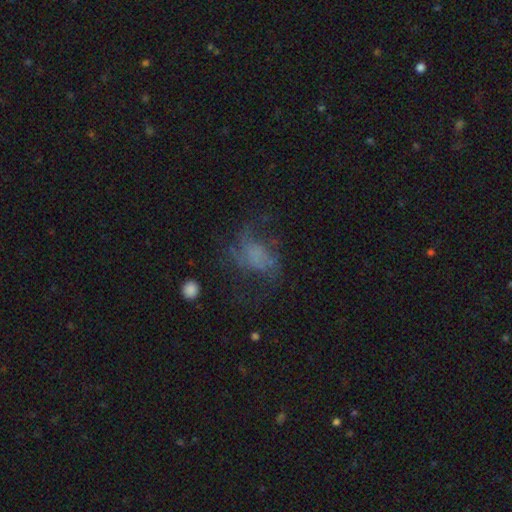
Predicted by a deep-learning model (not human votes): Overall: featured or disk (51%; smooth 31%). Edge-on disk: no (97%). Merging: none (42%; major disturbance 37%).